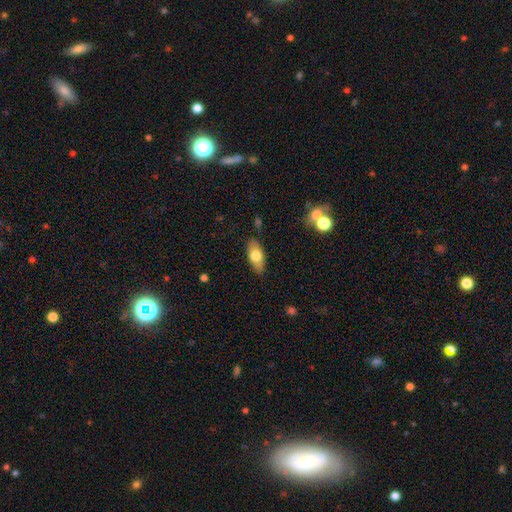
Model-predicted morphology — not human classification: smooth 72%, featured or disk 21%, star or artifact 7%. Down the decision tree: how rounded — in between (84%); merging — none (84%).